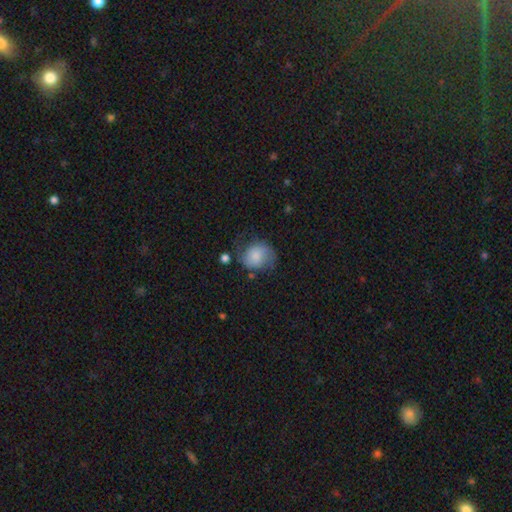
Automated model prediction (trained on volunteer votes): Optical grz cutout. It shows a smooth galaxy with no disk features (61%) that is round (68%). Merging: none (53%).